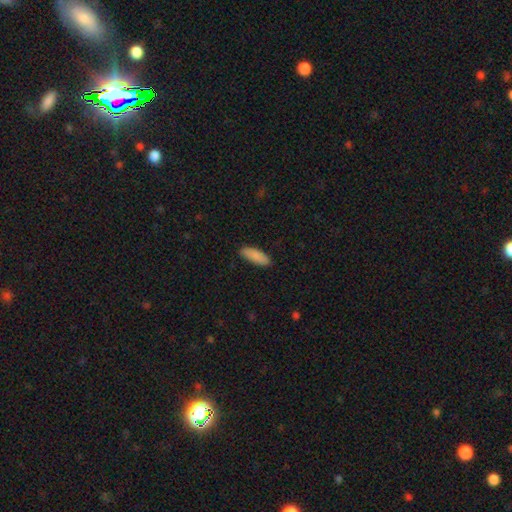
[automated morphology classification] The model was most divided on "how rounded": in between: 66%, cigar-shaped: 32%, round: 2%. More confident: smooth or featured — smooth (89%); merging — none (88%).